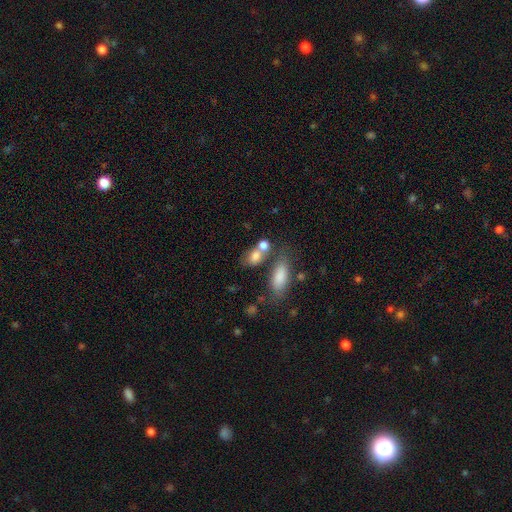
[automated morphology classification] The model was most divided on "merging": none: 42%, merger: 38%, minor disturbance: 13%, major disturbance: 7%. More confident: smooth or featured — smooth (78%); how rounded — in between (66%).